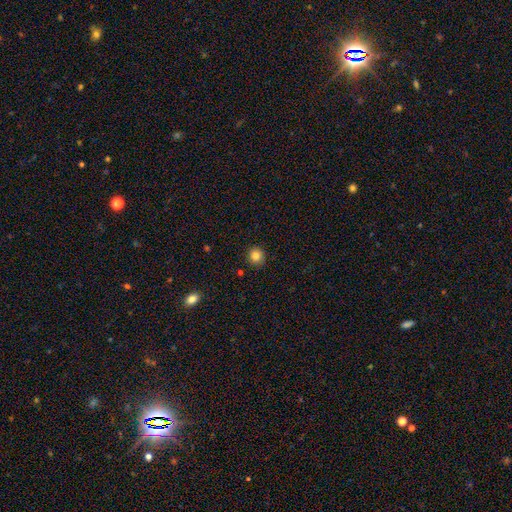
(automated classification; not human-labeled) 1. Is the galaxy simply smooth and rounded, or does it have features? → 85% smooth, 11% star or artifact, 4% featured or disk.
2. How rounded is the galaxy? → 91% round, 8% in between, 1% cigar-shaped.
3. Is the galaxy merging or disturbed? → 89% none, 7% minor disturbance, 2% major disturbance, 1% merger.